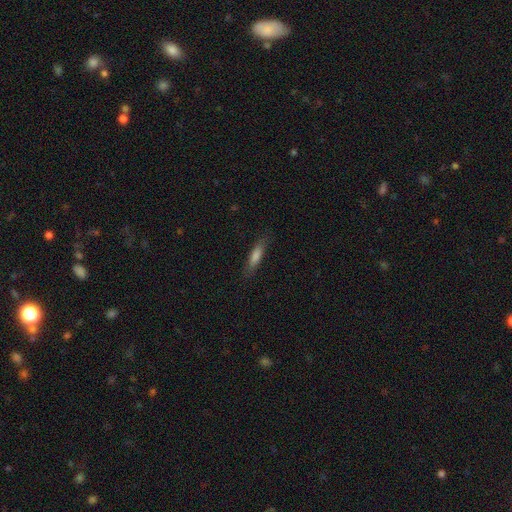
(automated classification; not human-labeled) smooth 73%, featured or disk 20%, star or artifact 7%. Down the decision tree: how rounded — cigar-shaped (74%); merging — none (82%).